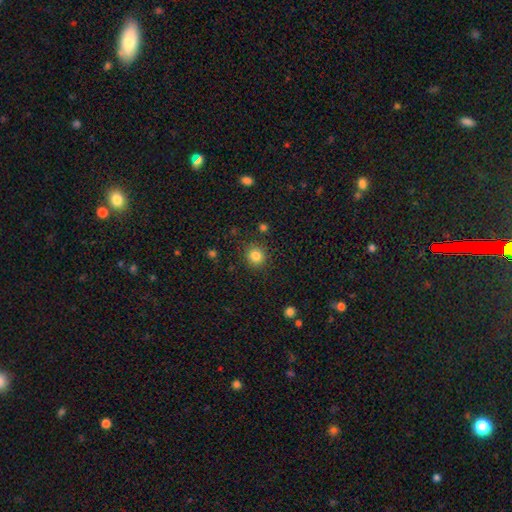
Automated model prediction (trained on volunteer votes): smooth_or_featured: smooth (p=0.84) [alt: star or artifact p=0.11]
how_rounded: round (p=0.88) [alt: in between p=0.11]
merging: none (p=0.88) [alt: minor disturbance p=0.07]